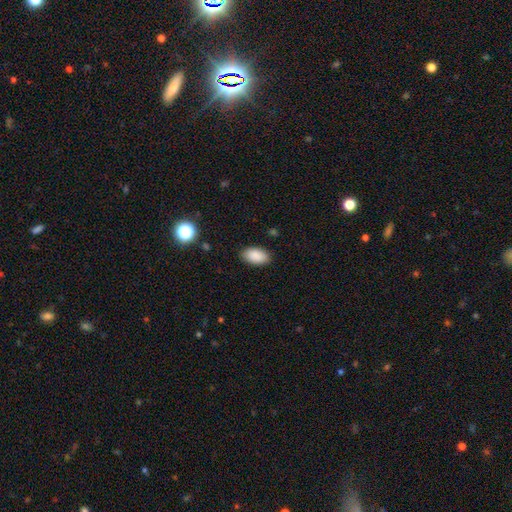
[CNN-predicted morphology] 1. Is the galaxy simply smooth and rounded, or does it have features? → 89% smooth, 8% star or artifact, 4% featured or disk.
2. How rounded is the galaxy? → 94% in between, 4% round, 2% cigar-shaped.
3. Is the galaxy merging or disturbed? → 87% none, 10% minor disturbance, 2% major disturbance, 1% merger.